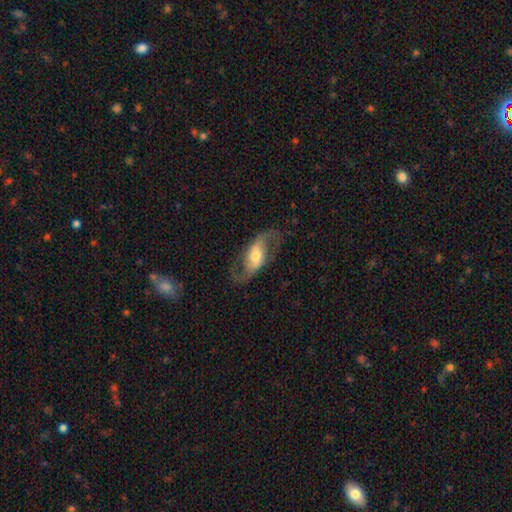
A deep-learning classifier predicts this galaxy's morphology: featured or disk 81%, smooth 14%, star or artifact 5%. Down the decision tree: edge-on disk — no (94%); bar — weak (41%); spiral arms — yes (91%); spiral arm count — 2 (92%); spiral winding — loose (52%); bulge size — moderate (57%); merging — none (76%).